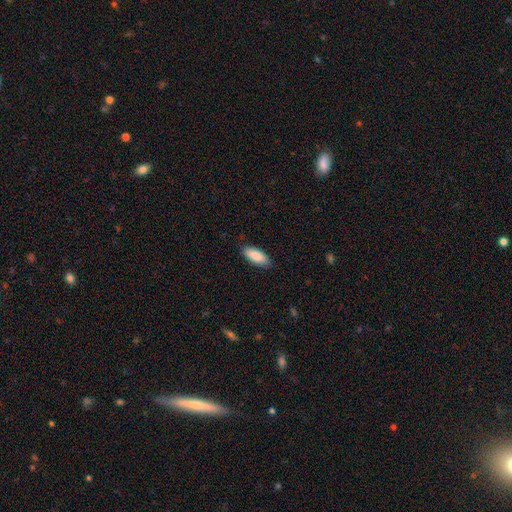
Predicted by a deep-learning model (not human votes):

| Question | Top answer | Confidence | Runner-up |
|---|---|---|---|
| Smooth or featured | smooth | 90% | star or artifact (6%) |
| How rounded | in between | 81% | cigar-shaped (17%) |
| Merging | none | 86% | minor disturbance (11%) |